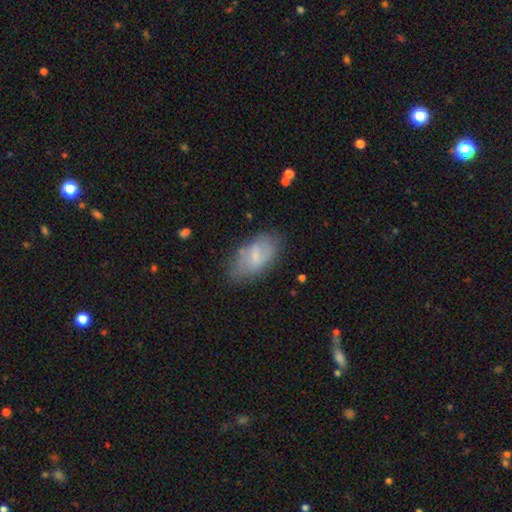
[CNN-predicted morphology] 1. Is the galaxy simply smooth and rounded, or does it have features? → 61% smooth, 32% featured or disk, 7% star or artifact.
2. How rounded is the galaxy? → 92% in between, 5% cigar-shaped, 4% round.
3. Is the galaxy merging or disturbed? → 69% none, 22% minor disturbance, 7% major disturbance, 2% merger.